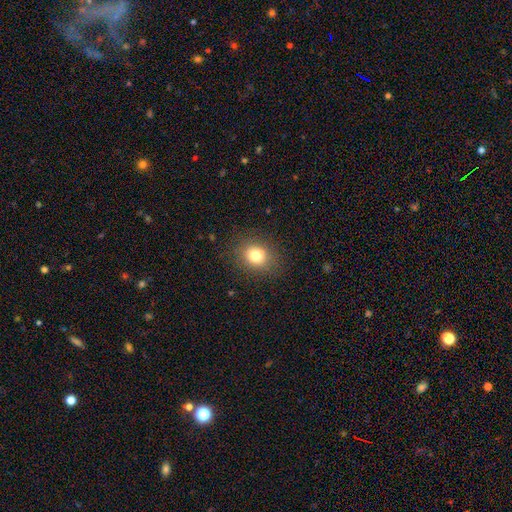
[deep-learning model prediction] smooth 76%, star or artifact 14%, featured or disk 11%. Down the decision tree: how rounded — round (66%); merging — none (77%).